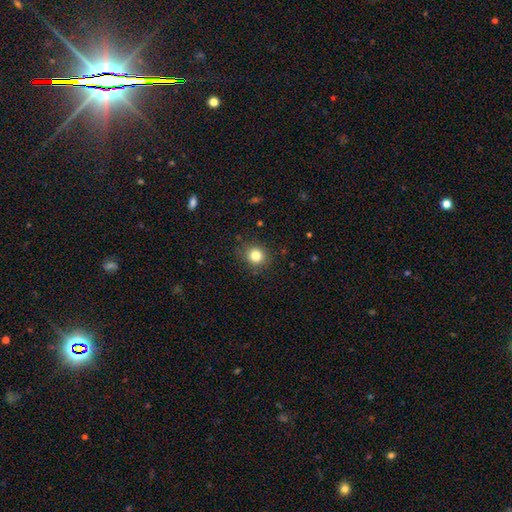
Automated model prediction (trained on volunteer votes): Smooth or featured? Predicted: smooth (p=0.82). How rounded? Predicted: round (p=0.85). Merging? Predicted: none (p=0.86).